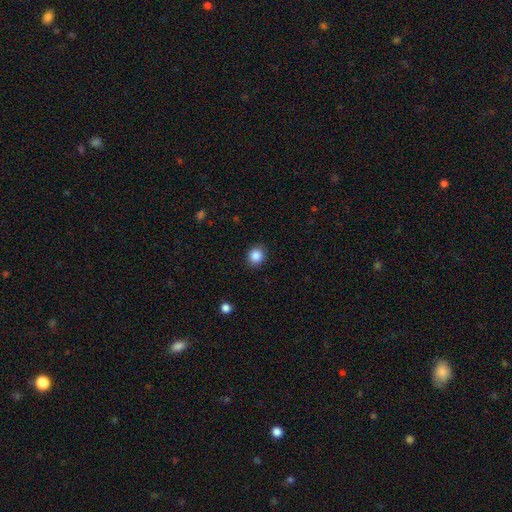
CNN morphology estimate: type=smooth (87%); roundness=round (82%); merging=none (89%).